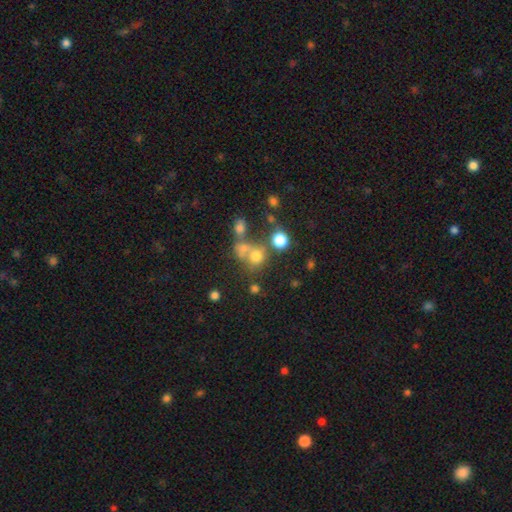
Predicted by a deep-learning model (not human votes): The model was most divided on "merging": merger: 41%, none: 40%, minor disturbance: 10%, major disturbance: 8%. More confident: how rounded — round (74%); smooth or featured — smooth (66%).